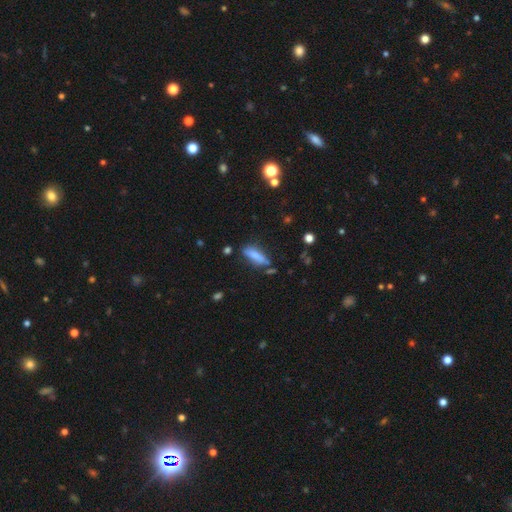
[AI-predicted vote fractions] A smooth galaxy with no disk features (78%) that is cigar-shaped (51%).

Vote fractions:
- Smooth or featured? smooth: 78% / featured or disk: 14% / star or artifact: 8%
- How rounded? cigar-shaped: 51% / in between: 47% / round: 2%
- Merging? none: 64% / minor disturbance: 23% / merger: 7% / major disturbance: 6%